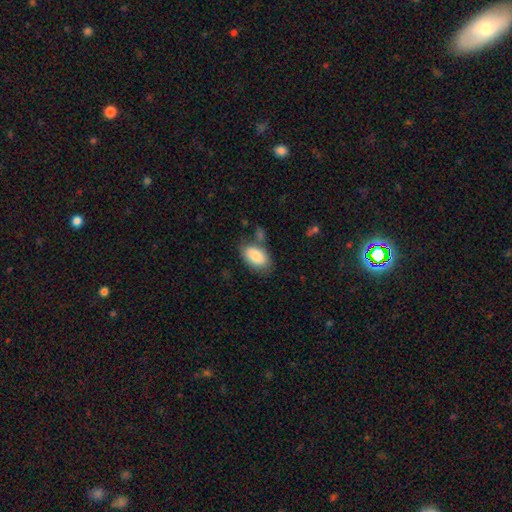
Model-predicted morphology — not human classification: Overall: smooth (84%). How rounded: in between (94%). Merging: none (65%).